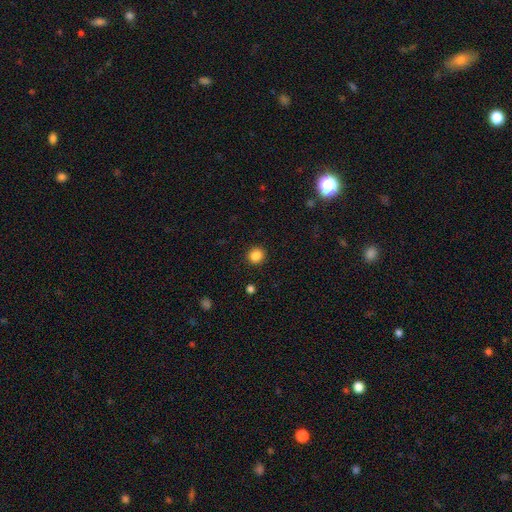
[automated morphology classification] Smooth or featured? Predicted: smooth (p=0.86). How rounded? Predicted: round (p=0.83). Merging? Predicted: none (p=0.89).